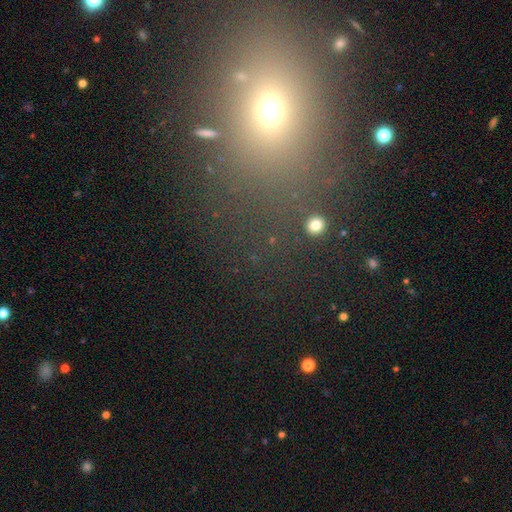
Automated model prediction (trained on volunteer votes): This appears to be a smooth galaxy with no disk features (46%). Merging: none (76%).